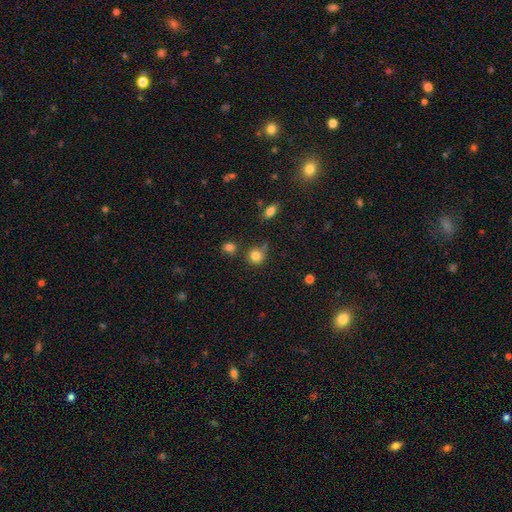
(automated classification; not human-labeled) Morphology: type=smooth (82%); roundness=round (89%); merging=none (66%).